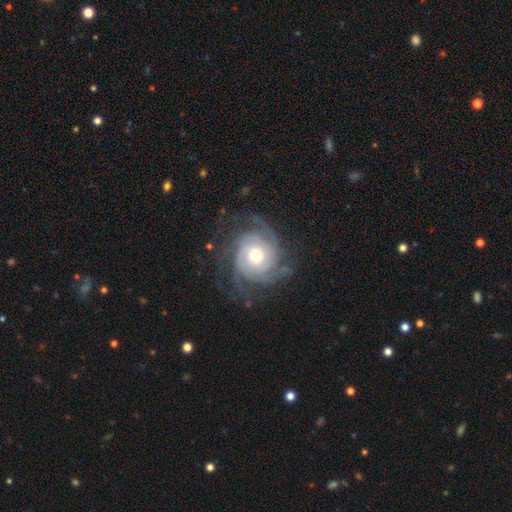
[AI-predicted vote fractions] Smooth or featured: featured or disk — 88% (smooth — 7%)
Edge-on disk: no — 98% (yes — 2%)
Bar: no — 76% (weak — 20%)
Spiral arms: yes — 97% (no — 3%)
Spiral winding: tight — 67% (medium — 26%)
Spiral arm count: 3 — 29% (can't tell — 23%)
Bulge size: moderate — 67% (small — 16%)
Merging: none — 71% (minor disturbance — 16%)